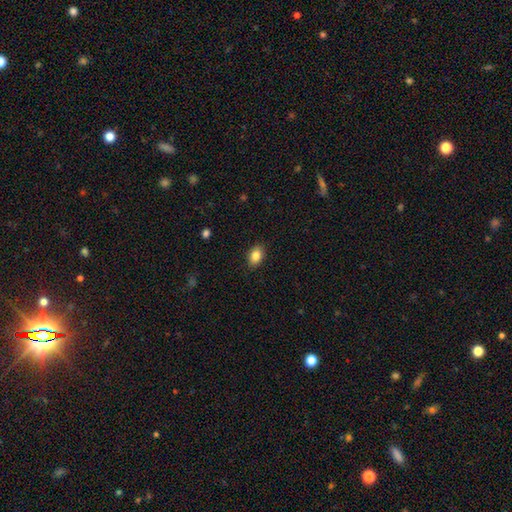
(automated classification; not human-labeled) Overall: smooth (85%). How rounded: in between (84%). Merging: none (89%).